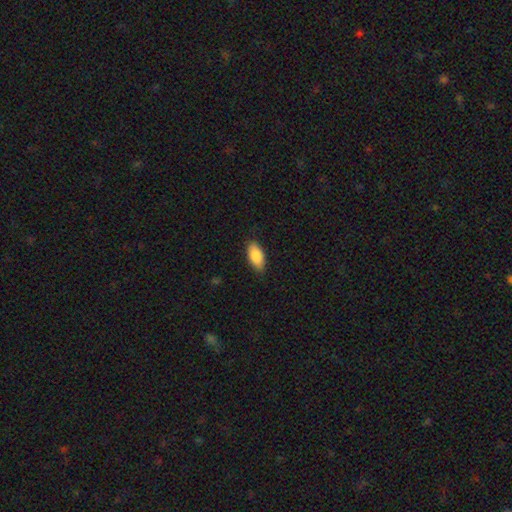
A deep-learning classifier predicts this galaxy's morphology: A smooth galaxy with no disk features (87%) that is in between round and cigar-shaped (90%). Merging: none (84%).